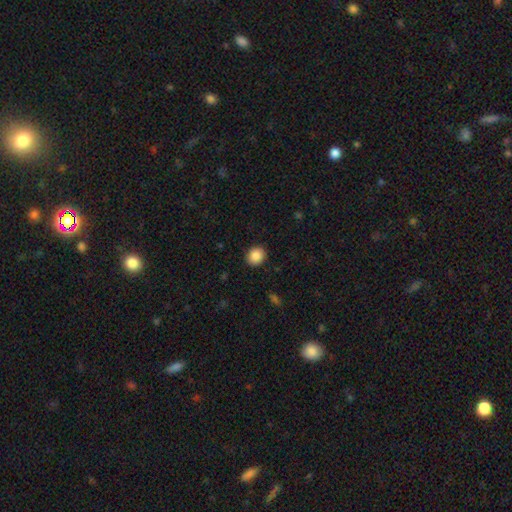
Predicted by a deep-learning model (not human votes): smooth_or_featured: smooth (p=0.87) [alt: star or artifact p=0.09]
how_rounded: round (p=0.77) [alt: in between p=0.22]
merging: none (p=0.91) [alt: minor disturbance p=0.06]